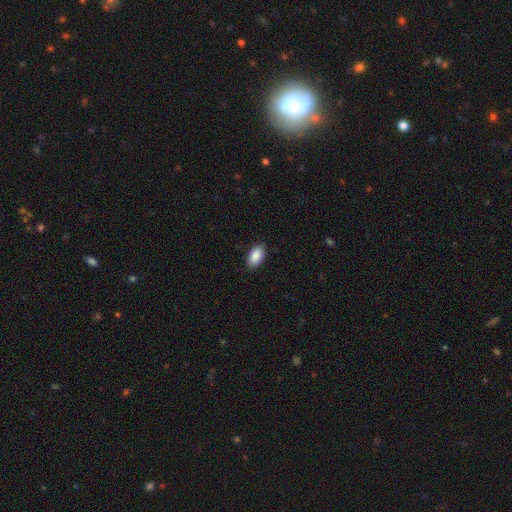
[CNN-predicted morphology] This appears to be a smooth galaxy with no disk features (90%) that is in between round and cigar-shaped (95%). Merging: none (88%).